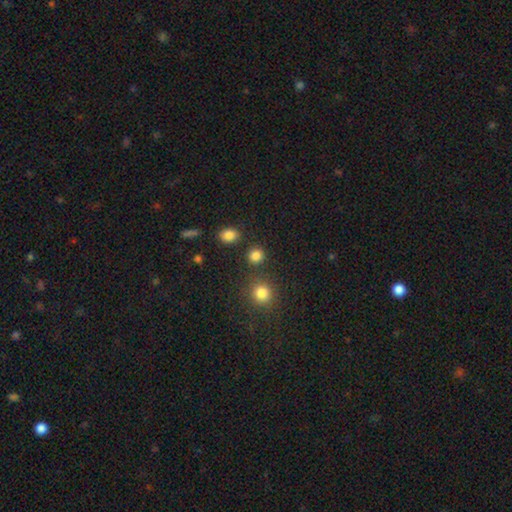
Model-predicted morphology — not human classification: smooth-or-featured: smooth: 83% | star or artifact: 14% | featured or disk: 4%
  how-rounded: round: 86% | in between: 13% | cigar-shaped: 1%
  merging: none: 83% | minor disturbance: 7% | merger: 6% | major disturbance: 3%